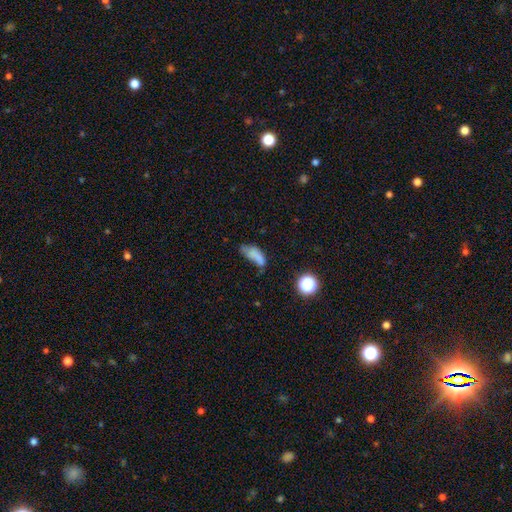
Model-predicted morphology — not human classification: This appears to be a smooth galaxy with no disk features (64%) that is in between round and cigar-shaped (78%). Merging: major disturbance (30%, tied with minor disturbance).